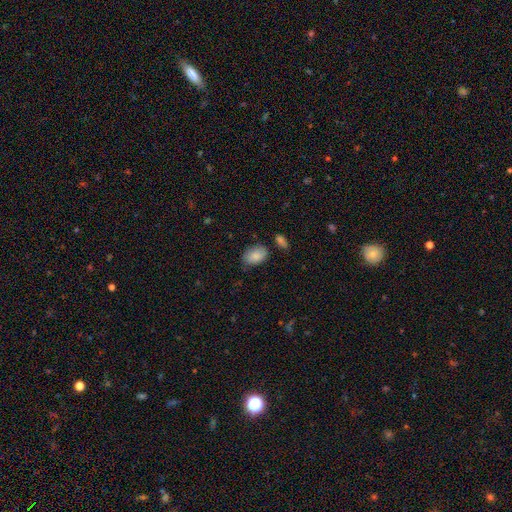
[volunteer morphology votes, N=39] Overall: smooth (79%). How rounded: in between (84%). Merging: none (73%).